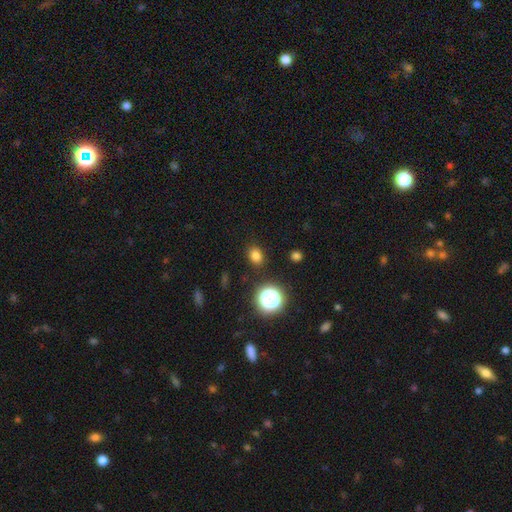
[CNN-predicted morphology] This appears to be a smooth galaxy with no disk features (78%) that is in between round and cigar-shaped (55%). Merging: none (87%).